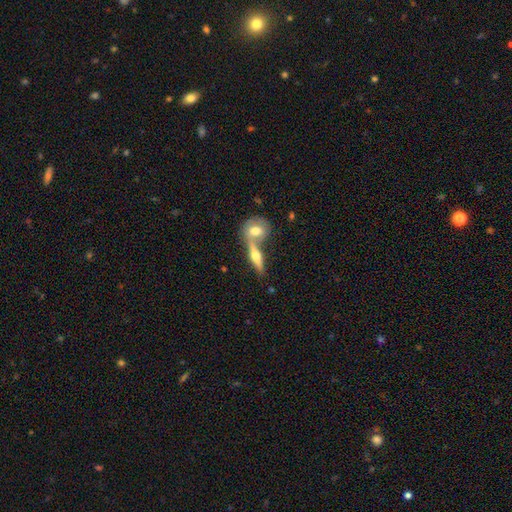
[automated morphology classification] Smooth or featured? Predicted: featured or disk (p=0.56). Edge-on disk? Predicted: yes (p=0.89). Merging? Predicted: none (p=0.51).